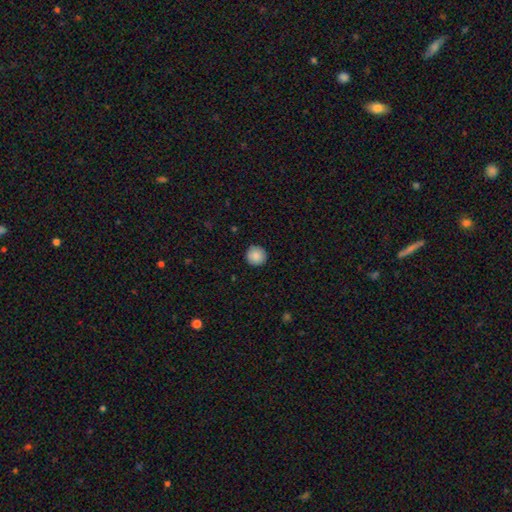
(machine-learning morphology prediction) A smooth galaxy with no disk features (88%) that is round (96%). Merging: none (91%).